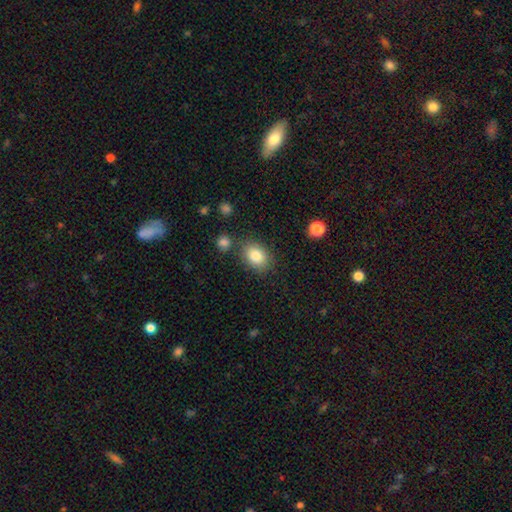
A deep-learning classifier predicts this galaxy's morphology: smooth-or-featured: smooth: 83% | featured or disk: 9% | star or artifact: 8%
  how-rounded: in between: 75% | round: 24% | cigar-shaped: 1%
  merging: none: 78% | minor disturbance: 12% | merger: 7% | major disturbance: 3%